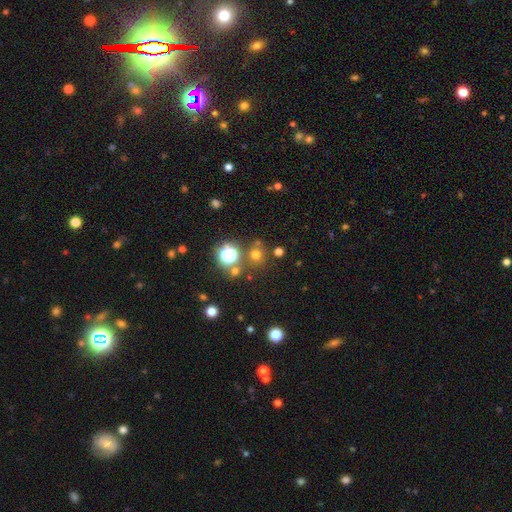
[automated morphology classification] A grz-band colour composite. It shows a smooth galaxy with no disk features (56%) that is round (90%). Merging: none (79%).